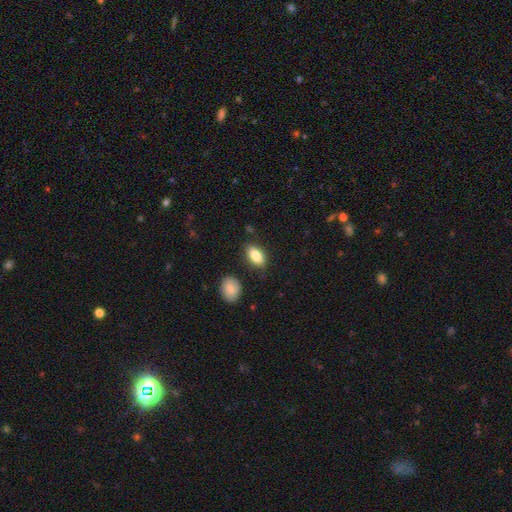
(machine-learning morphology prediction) A smooth galaxy with no disk features (85%) that is in between round and cigar-shaped (91%). Merging: none (81%).